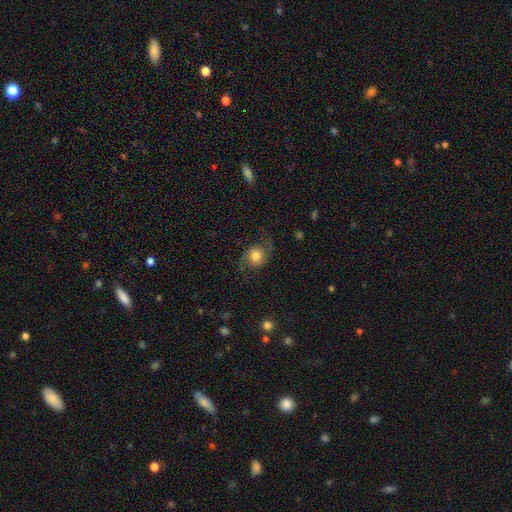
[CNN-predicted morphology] smooth 53%, featured or disk 37%, star or artifact 10%. Down the decision tree: how rounded — round (65%); merging — none (64%).